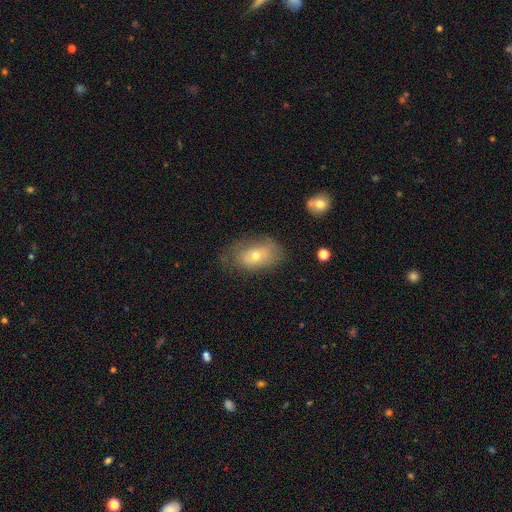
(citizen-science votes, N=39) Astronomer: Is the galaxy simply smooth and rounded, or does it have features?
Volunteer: smooth — 72%.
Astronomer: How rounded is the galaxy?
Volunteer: in between — 75%.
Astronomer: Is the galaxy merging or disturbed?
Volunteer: none — 64%.